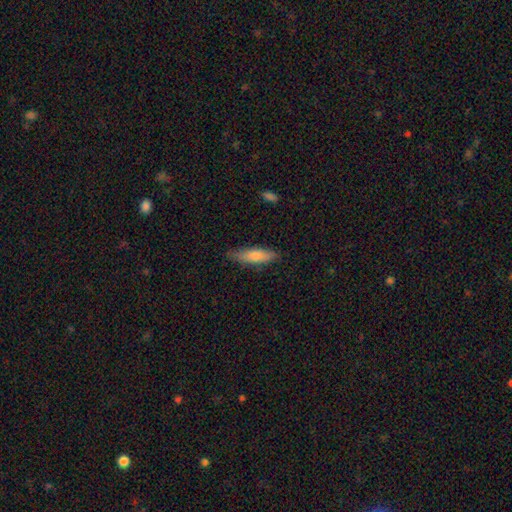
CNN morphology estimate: smooth_or_featured: smooth (p=0.76) [alt: featured or disk p=0.18]
how_rounded: cigar-shaped (p=0.65) [alt: in between p=0.33]
merging: none (p=0.77) [alt: minor disturbance p=0.18]